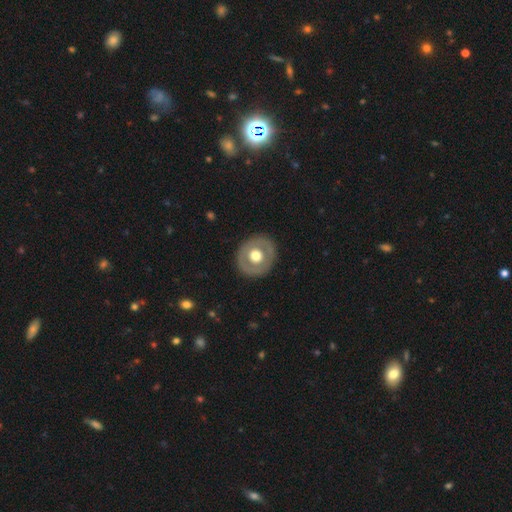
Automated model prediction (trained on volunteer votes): Smooth or featured?
  - smooth: 49% *
  - featured or disk: 45%
  - star or artifact: 6%
Merging?
  - none: 87% *
  - minor disturbance: 9%
  - major disturbance: 3%
  - merger: 1%